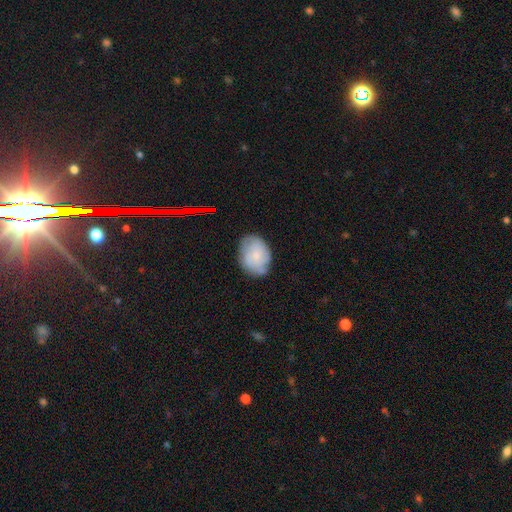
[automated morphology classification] Overall: smooth (61%; featured or disk 31%). How rounded: in between (72%). Merging: none (68%).